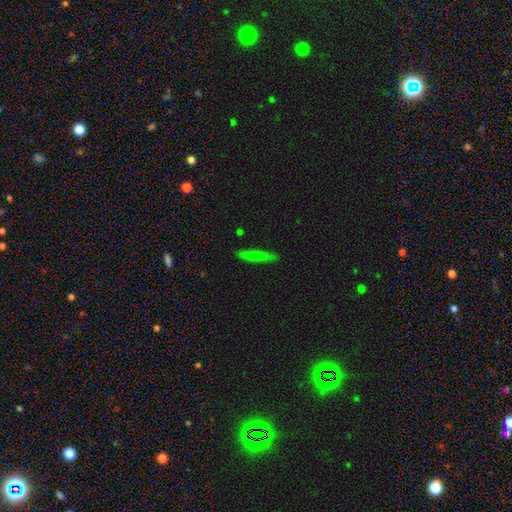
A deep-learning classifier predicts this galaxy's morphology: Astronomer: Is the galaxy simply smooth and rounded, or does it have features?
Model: smooth — 74%.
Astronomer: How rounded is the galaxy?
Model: cigar-shaped — 88%.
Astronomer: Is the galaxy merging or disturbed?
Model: none — 87%.